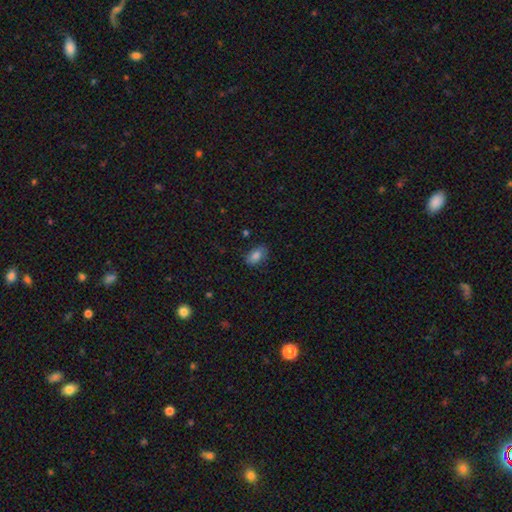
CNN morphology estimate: A smooth galaxy with no disk features (81%) that is in between round and cigar-shaped (89%). Merging: none (76%).